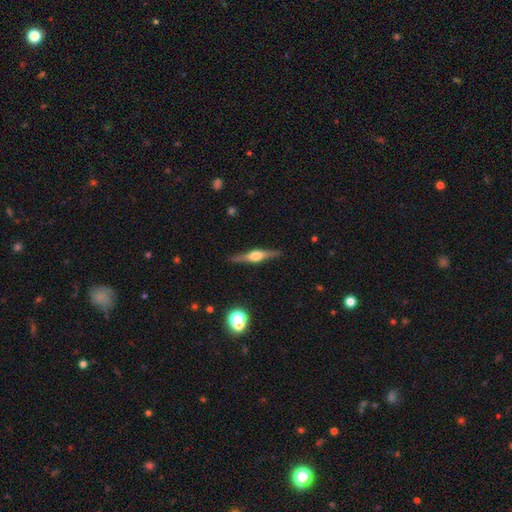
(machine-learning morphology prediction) Q: Smooth or featured?
A: featured or disk (76%); runner-up: smooth (18%)
Q: Edge-on disk?
A: yes (98%); runner-up: no (2%)
Q: Edge-on bulge?
A: rounded (91%); runner-up: boxy (7%)
Q: Merging?
A: none (89%); runner-up: minor disturbance (8%)